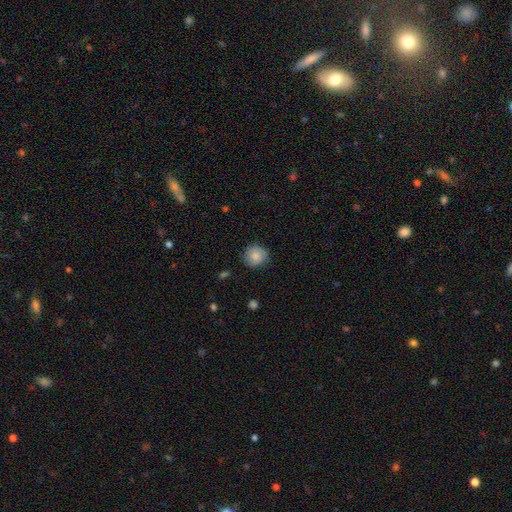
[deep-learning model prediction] Smooth or featured? Predicted: smooth (p=0.84). How rounded? Predicted: round (p=0.90). Merging? Predicted: none (p=0.82).